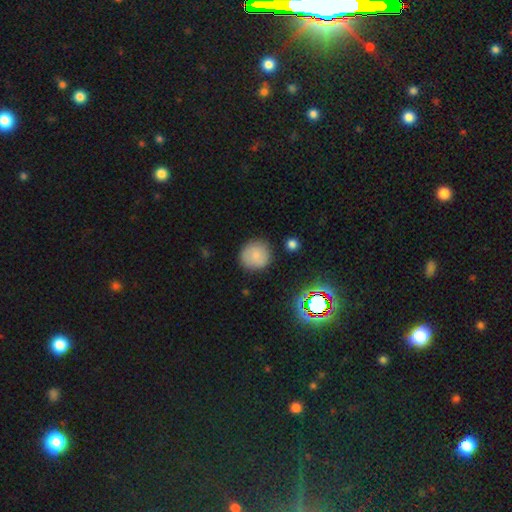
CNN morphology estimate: Smooth or featured: smooth — 78% (featured or disk — 12%)
How rounded: round — 91% (in between — 8%)
Merging: none — 84% (minor disturbance — 11%)